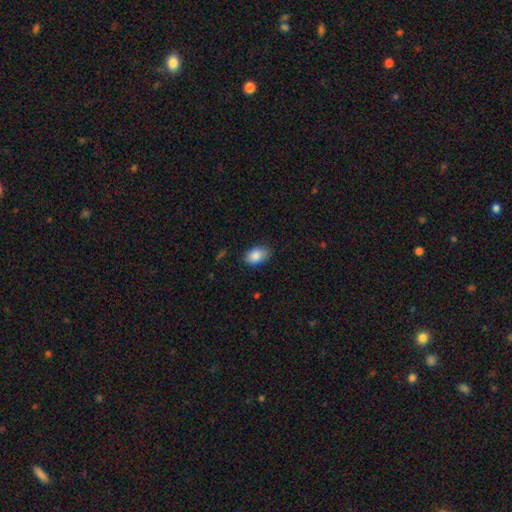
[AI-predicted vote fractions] smooth_or_featured: smooth (p=0.87) [alt: star or artifact p=0.08]
how_rounded: in between (p=0.84) [alt: round p=0.15]
merging: none (p=0.78) [alt: minor disturbance p=0.18]